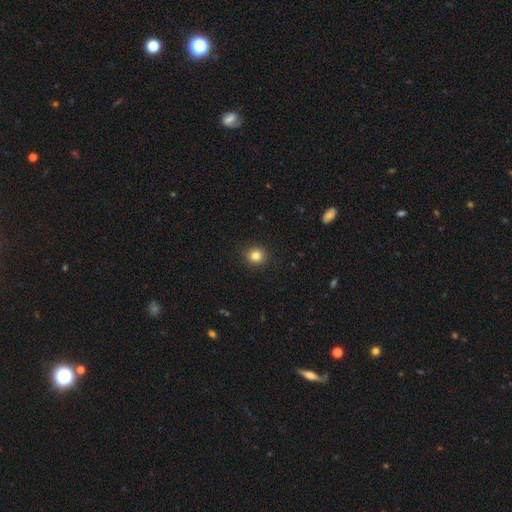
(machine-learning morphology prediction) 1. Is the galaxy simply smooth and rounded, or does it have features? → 83% smooth, 12% star or artifact, 6% featured or disk.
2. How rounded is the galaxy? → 91% round, 8% in between, 1% cigar-shaped.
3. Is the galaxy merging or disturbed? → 92% none, 5% minor disturbance, 2% major disturbance, 1% merger.